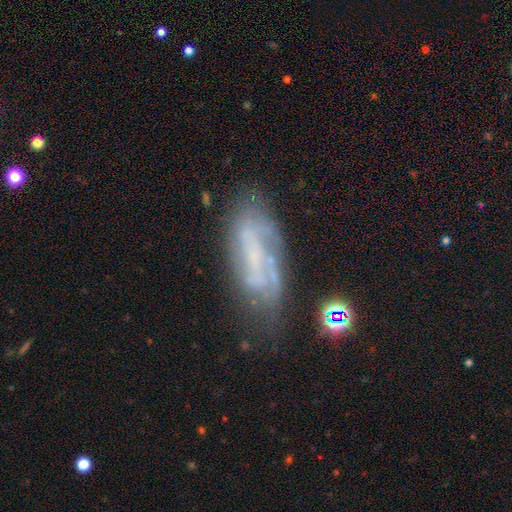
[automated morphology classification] This appears to be a featured or disk galaxy (62%) with no bar (50%), spiral arms (64%) and no central bulge (56%). Merging: none (54%).